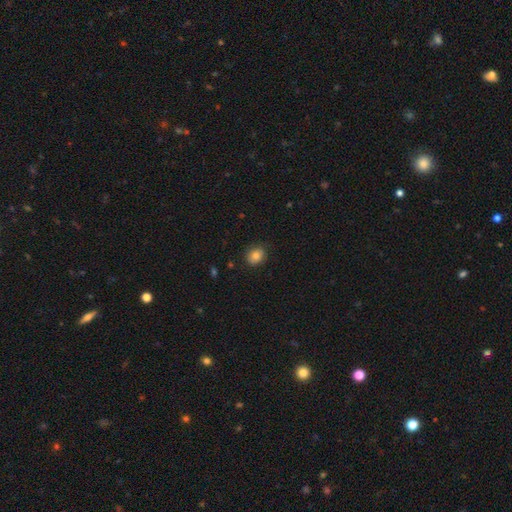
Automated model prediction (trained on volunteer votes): Smooth or featured? Predicted: smooth (p=0.79). How rounded? Predicted: round (p=0.68). Merging? Predicted: none (p=0.80).